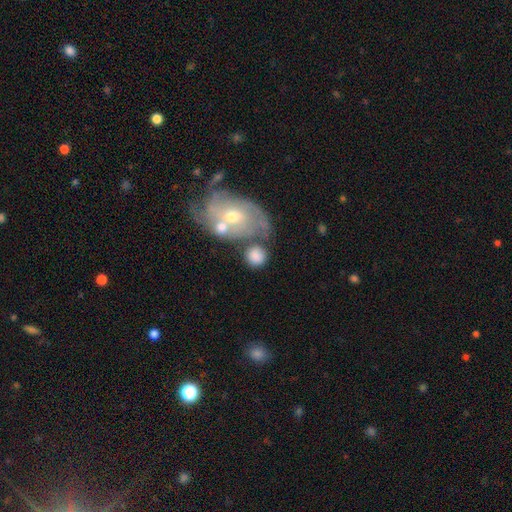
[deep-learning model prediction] Q: Smooth or featured?
A: smooth (73%); runner-up: featured or disk (20%)
Q: How rounded?
A: round (77%); runner-up: in between (22%)
Q: Merging?
A: none (50%); runner-up: merger (26%)